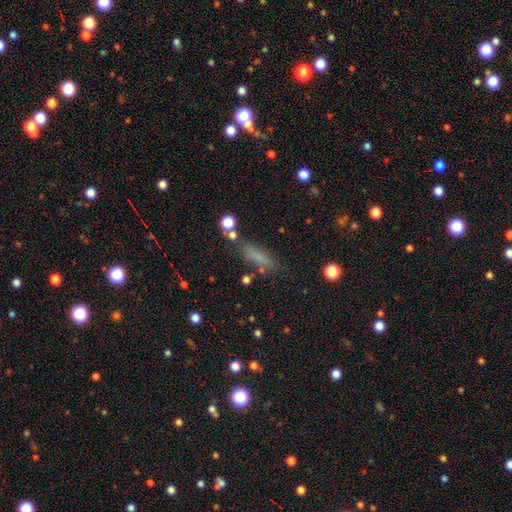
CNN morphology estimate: smooth-or-featured: smooth: 72% | star or artifact: 14% | featured or disk: 13%
  how-rounded: cigar-shaped: 60% | in between: 36% | round: 4%
  merging: none: 76% | minor disturbance: 13% | merger: 6% | major disturbance: 5%